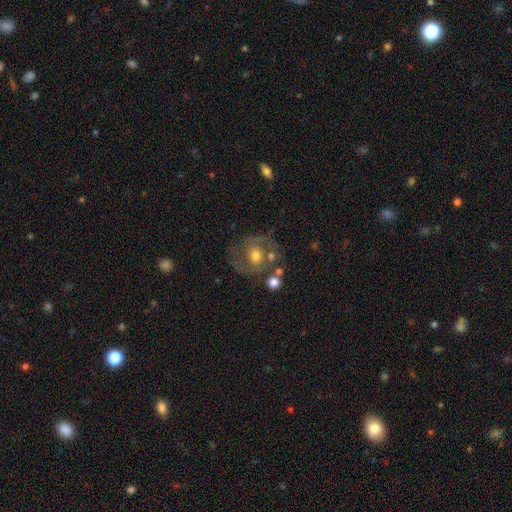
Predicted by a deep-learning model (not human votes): A featured or disk galaxy (64%) with no bar (63%), spiral arms (79%) and a moderate central bulge (72%). Merging: none (65%).